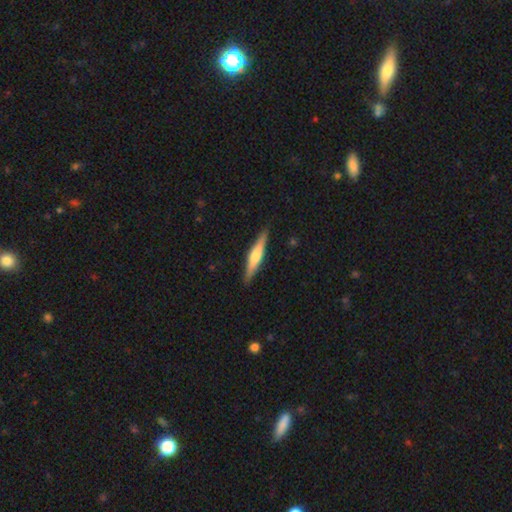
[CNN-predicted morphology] Overall: featured or disk (51%; smooth 44%). Edge-on disk: yes (96%). Merging: none (89%).